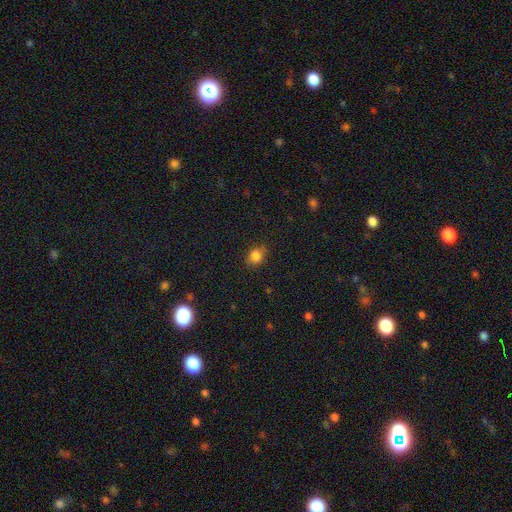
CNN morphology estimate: A smooth galaxy with no disk features (82%) that is round (60%). Merging: none (81%).